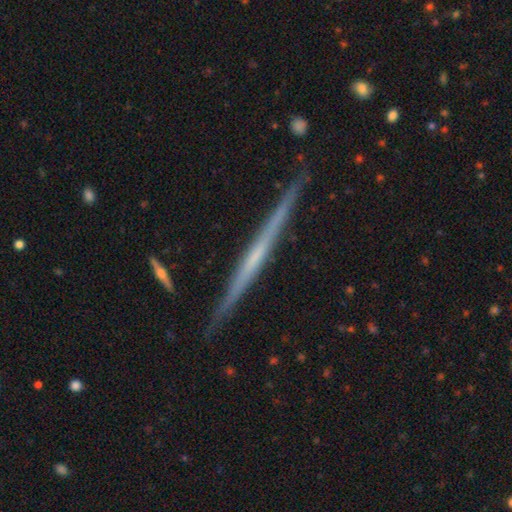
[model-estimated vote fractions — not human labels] Overall: featured or disk (72%). Edge-on disk: yes (98%). Edge-on bulge: none (78%). Merging: none (90%).